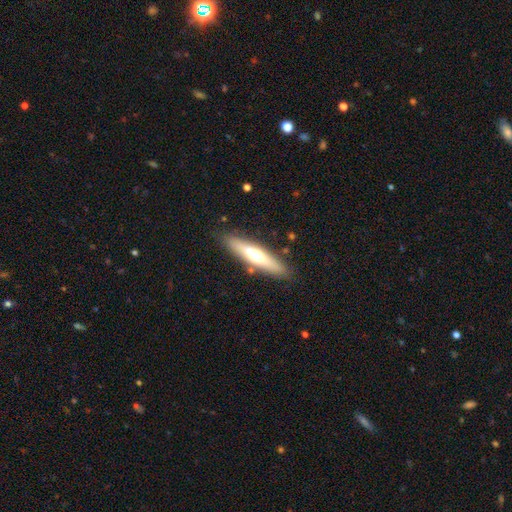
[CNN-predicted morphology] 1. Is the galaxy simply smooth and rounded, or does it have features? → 47% featured or disk, 46% smooth, 6% star or artifact.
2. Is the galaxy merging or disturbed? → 84% none, 10% minor disturbance, 3% merger, 3% major disturbance.